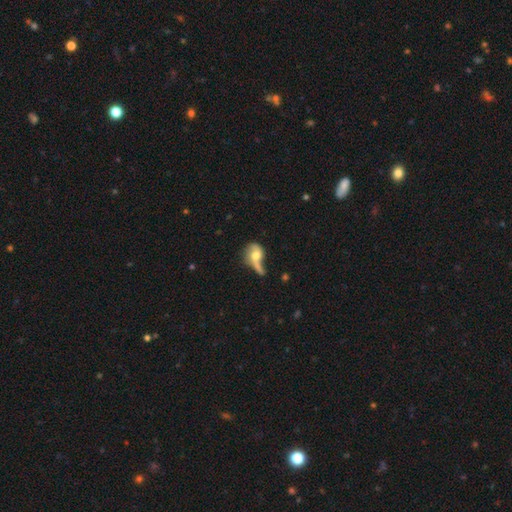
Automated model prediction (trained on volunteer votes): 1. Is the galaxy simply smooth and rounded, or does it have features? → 50% featured or disk, 41% smooth, 9% star or artifact.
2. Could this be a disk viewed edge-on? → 92% no, 8% yes.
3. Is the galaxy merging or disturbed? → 34% major disturbance, 25% none, 21% minor disturbance, 20% merger.